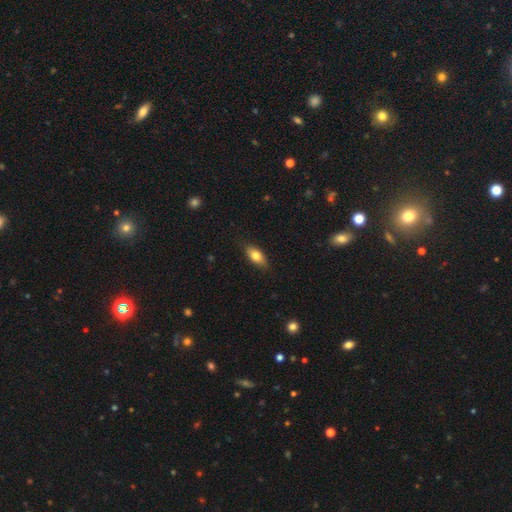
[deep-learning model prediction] Morphology: type=smooth (77%); roundness=in between (84%); merging=none (83%).